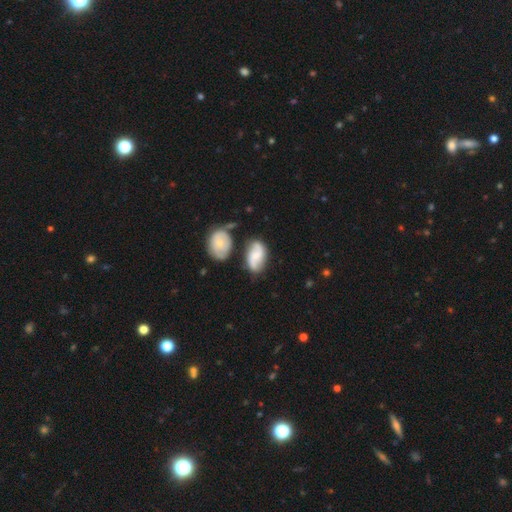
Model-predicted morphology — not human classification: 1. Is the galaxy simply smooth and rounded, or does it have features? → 60% featured or disk, 33% smooth, 7% star or artifact.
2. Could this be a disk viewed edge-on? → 96% no, 4% yes.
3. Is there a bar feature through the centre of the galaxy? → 49% no, 41% weak, 10% strong.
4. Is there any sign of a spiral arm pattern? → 90% yes, 10% no.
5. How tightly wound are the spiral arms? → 47% loose, 37% medium, 16% tight.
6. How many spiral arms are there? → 85% 2, 8% can't tell, 2% 1, 2% 3, 1% 4, 1% more than 4.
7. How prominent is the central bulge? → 45% small, 27% moderate, 22% none, 4% large, 2% dominant.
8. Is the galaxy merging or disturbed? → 60% none, 19% minor disturbance, 14% merger, 6% major disturbance.